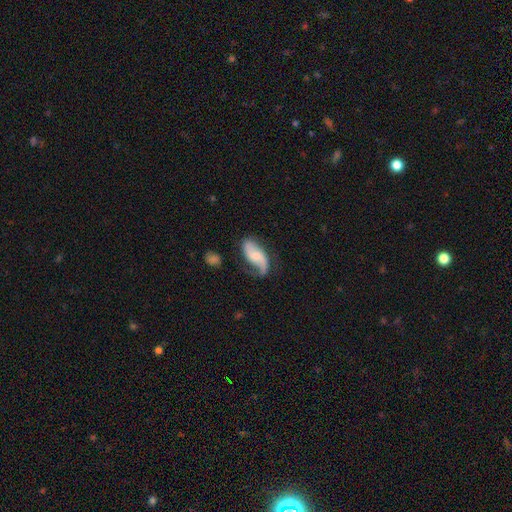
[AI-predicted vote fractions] Smooth or featured: featured or disk — 68% (smooth — 26%)
Edge-on disk: no — 95% (yes — 5%)
Bar: no — 52% (weak — 37%)
Spiral arms: yes — 92% (no — 8%)
Spiral winding: loose — 60% (medium — 30%)
Spiral arm count: 2 — 75% (1 — 16%)
Bulge size: moderate — 44% (small — 38%)
Merging: none — 53% (minor disturbance — 27%)